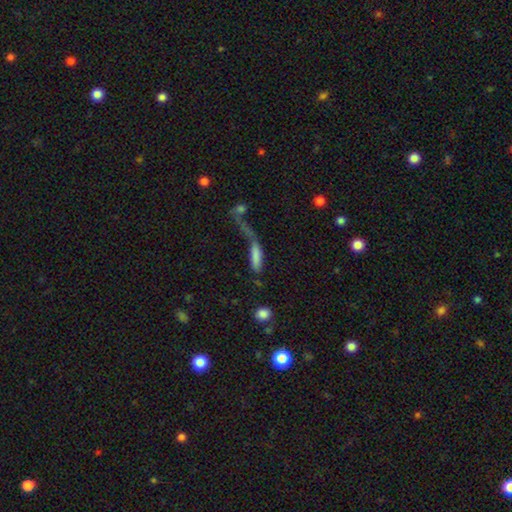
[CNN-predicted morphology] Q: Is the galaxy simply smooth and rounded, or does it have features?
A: smooth — 74%.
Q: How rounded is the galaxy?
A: cigar-shaped — 56%.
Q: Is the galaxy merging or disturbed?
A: merger — 38%.